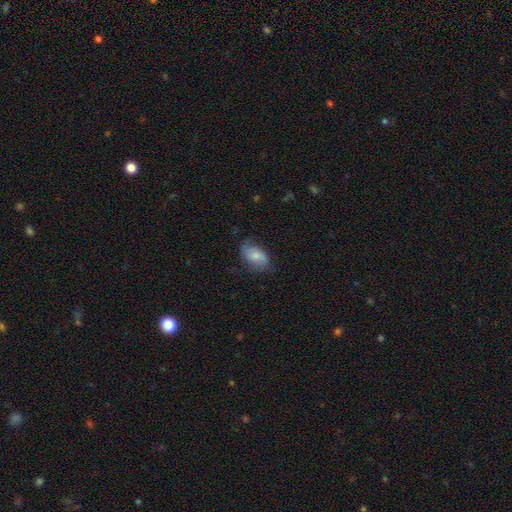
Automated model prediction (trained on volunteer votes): Overall: smooth (68%). How rounded: in between (91%). Merging: none (63%; minor disturbance 26%).